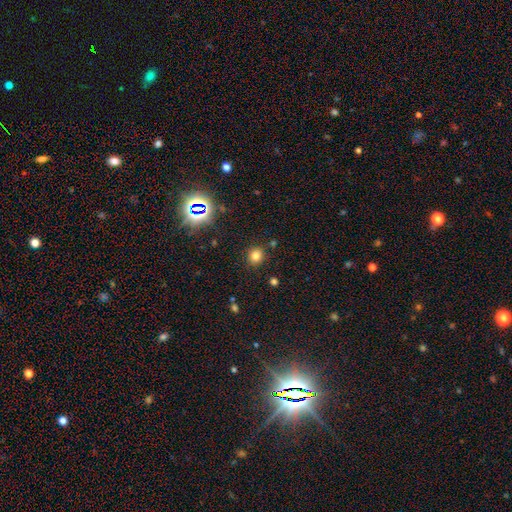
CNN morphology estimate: Smooth or featured?
  - smooth: 76% *
  - star or artifact: 18%
  - featured or disk: 6%
How rounded?
  - round: 85% *
  - in between: 14%
  - cigar-shaped: 1%
Merging?
  - none: 87% *
  - minor disturbance: 7%
  - major disturbance: 3%
  - merger: 3%